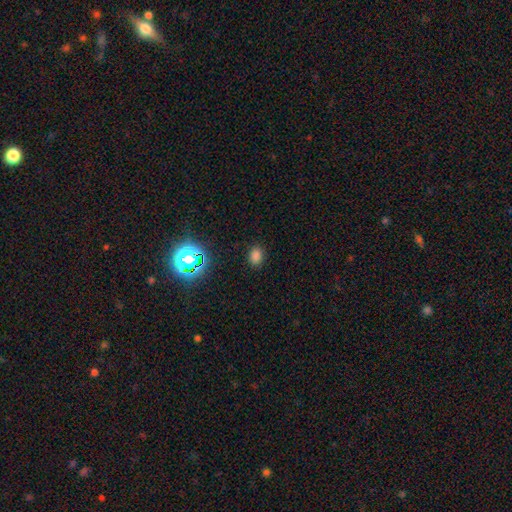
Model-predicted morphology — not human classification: Smooth or featured? smooth (76%)
How rounded? in between (64%)
Merging? none (86%)